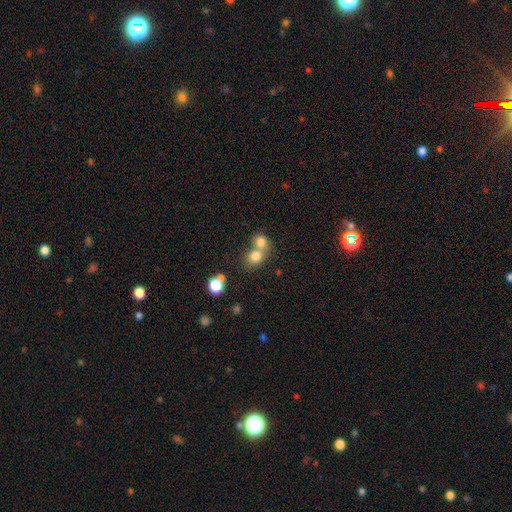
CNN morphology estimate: Smooth or featured?
  - smooth: 77% *
  - star or artifact: 13%
  - featured or disk: 11%
How rounded?
  - round: 72% *
  - in between: 27%
  - cigar-shaped: 1%
Merging?
  - merger: 57% *
  - none: 34%
  - minor disturbance: 6%
  - major disturbance: 3%